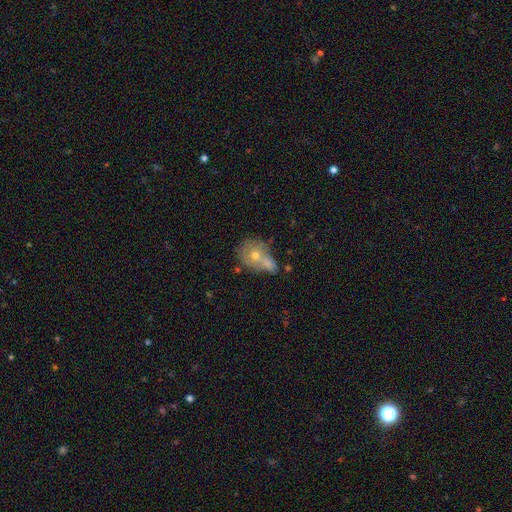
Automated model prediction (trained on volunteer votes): A smooth galaxy with no disk features (51%) that is round (54%).

Vote fractions:
- Smooth or featured? smooth: 51% / featured or disk: 37% / star or artifact: 12%
- How rounded? round: 54% / in between: 44% / cigar-shaped: 2%
- Merging? merger: 48% / none: 28% / minor disturbance: 15% / major disturbance: 9%